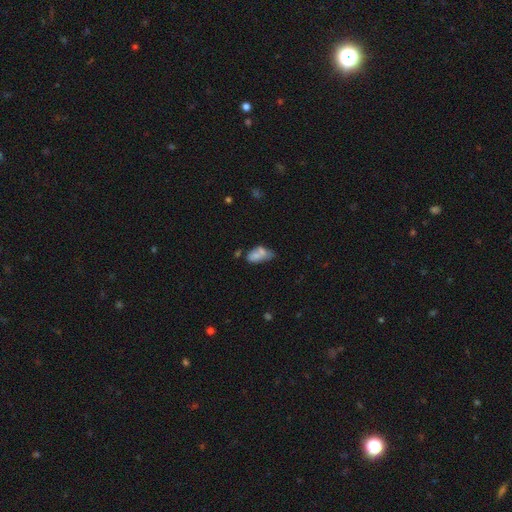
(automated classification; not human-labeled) Smooth or featured? smooth (64%)
How rounded? in between (87%)
Merging? merger (37%)